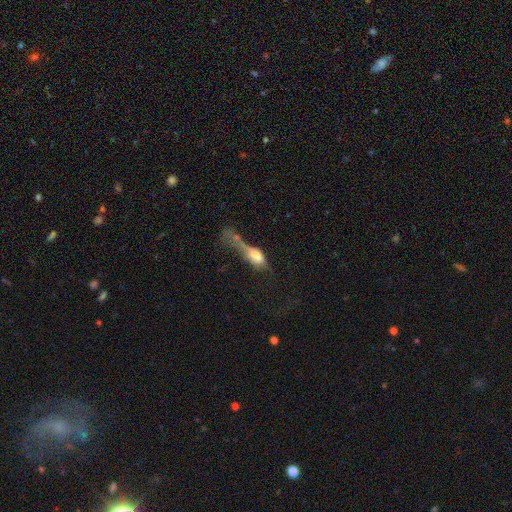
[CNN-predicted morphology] This appears to be a smooth galaxy with no disk features (57%) that is in between round and cigar-shaped (69%). Merging: major disturbance (45%).